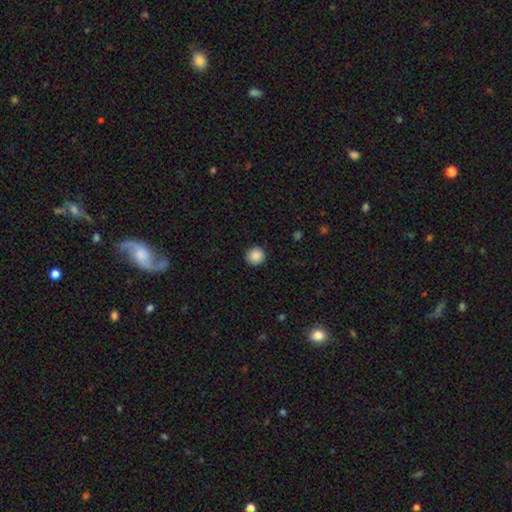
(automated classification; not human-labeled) A smooth galaxy with no disk features (88%) that is round (95%). Merging: none (92%).